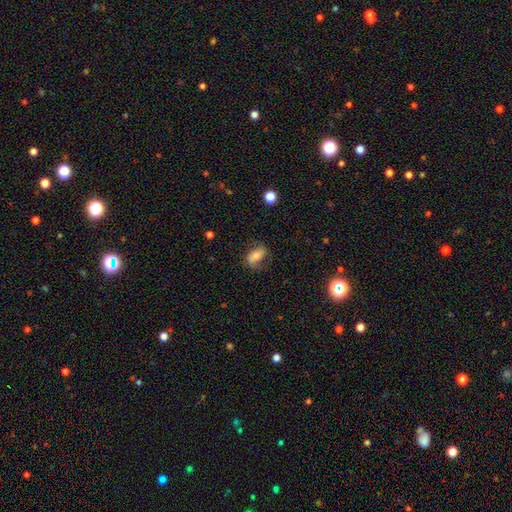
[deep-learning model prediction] A smooth galaxy with no disk features (58%) that is in between round and cigar-shaped (84%).

Vote fractions:
- Smooth or featured? smooth: 58% / featured or disk: 33% / star or artifact: 9%
- How rounded? in between: 84% / round: 10% / cigar-shaped: 6%
- Merging? none: 71% / minor disturbance: 20% / major disturbance: 8% / merger: 1%